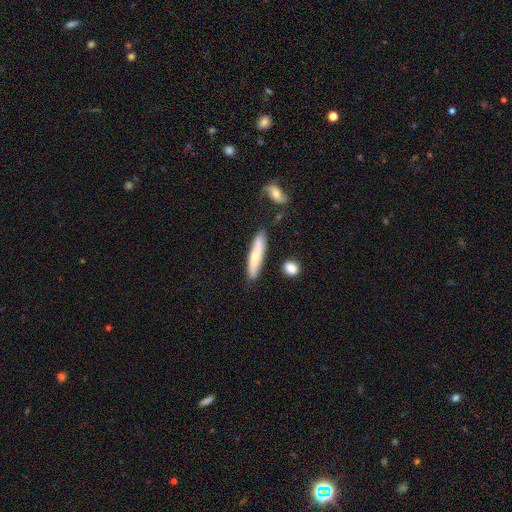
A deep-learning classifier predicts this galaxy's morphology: smooth_or_featured: smooth (p=0.61) [alt: featured or disk p=0.33]
how_rounded: cigar-shaped (p=0.84) [alt: in between p=0.15]
merging: none (p=0.80) [alt: minor disturbance p=0.13]